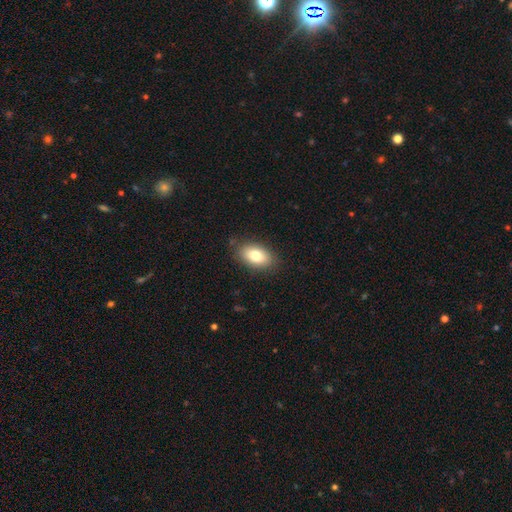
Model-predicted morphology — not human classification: Q: Smooth or featured?
A: smooth (80%); runner-up: featured or disk (12%)
Q: How rounded?
A: in between (90%); runner-up: round (8%)
Q: Merging?
A: none (85%); runner-up: minor disturbance (12%)